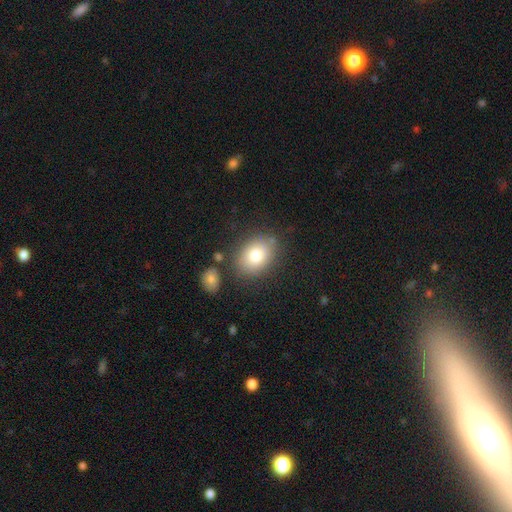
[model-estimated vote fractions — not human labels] smooth 79%, featured or disk 11%, star or artifact 10%. Down the decision tree: how rounded — in between (63%); merging — none (79%).